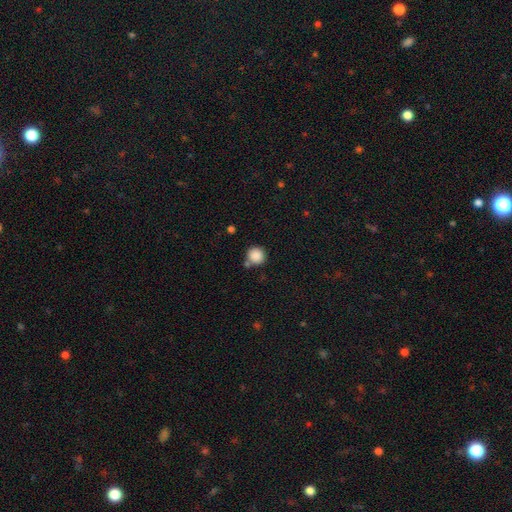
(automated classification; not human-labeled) This is clearly a smooth galaxy (87%). How rounded: clearly round (92%). Merging: likely none (74%).